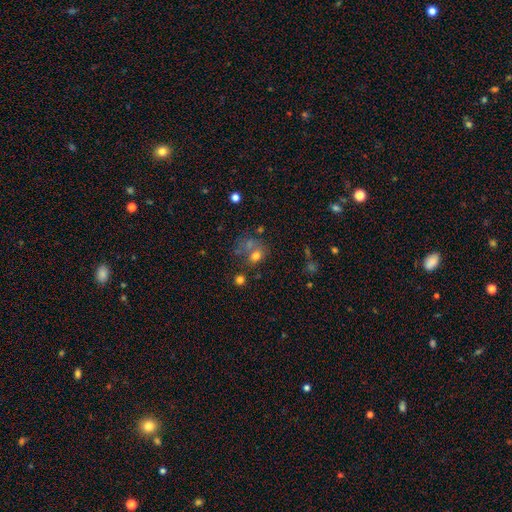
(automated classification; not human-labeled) A smooth galaxy with no disk features (67%) that is round (60%). Merging: none (40%).